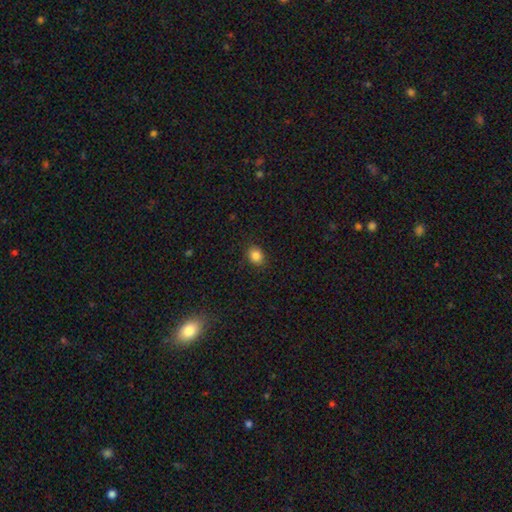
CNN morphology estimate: A smooth galaxy with no disk features (85%) that is round (56%). Merging: none (88%).